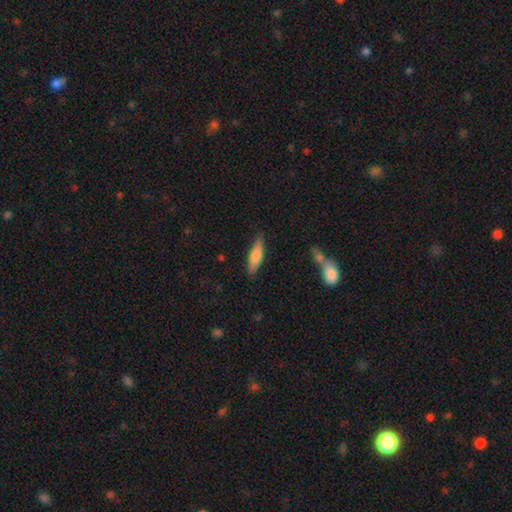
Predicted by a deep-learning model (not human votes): Q: Smooth or featured?
A: smooth (69%); runner-up: featured or disk (25%)
Q: How rounded?
A: cigar-shaped (69%); runner-up: in between (30%)
Q: Merging?
A: none (83%); runner-up: minor disturbance (12%)